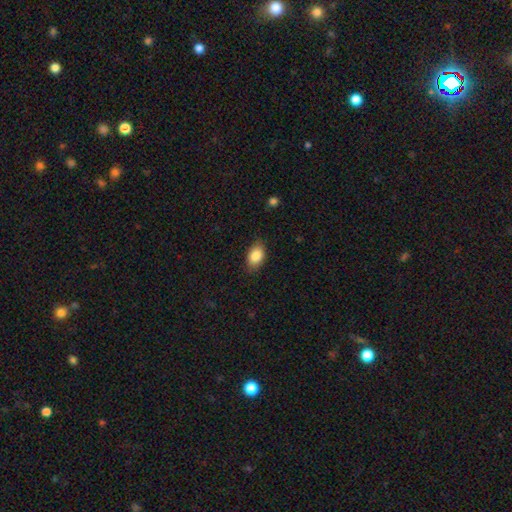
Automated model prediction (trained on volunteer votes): This appears to be a smooth galaxy with no disk features (86%) that is in between round and cigar-shaped (89%). Merging: none (83%).